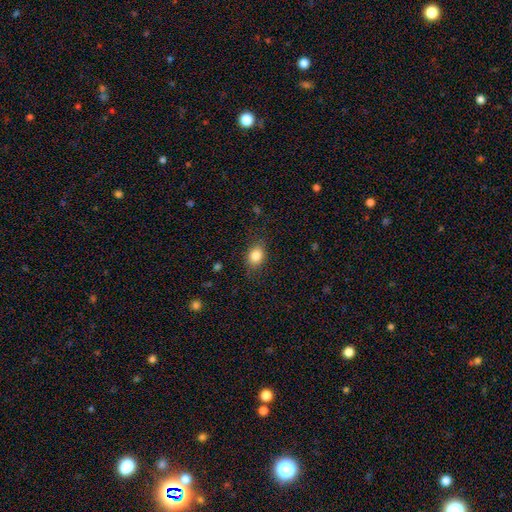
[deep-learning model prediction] Q: Smooth or featured?
A: smooth (84%); runner-up: star or artifact (9%)
Q: How rounded?
A: in between (62%); runner-up: round (37%)
Q: Merging?
A: none (81%); runner-up: minor disturbance (14%)